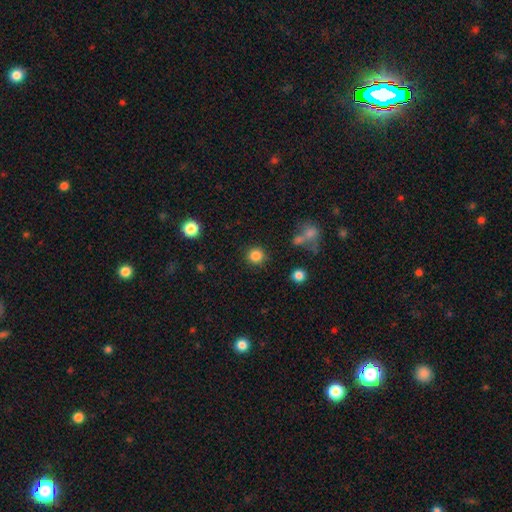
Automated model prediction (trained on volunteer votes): Q: Smooth or featured?
A: smooth (84%); runner-up: star or artifact (11%)
Q: How rounded?
A: round (93%); runner-up: in between (6%)
Q: Merging?
A: none (88%); runner-up: minor disturbance (7%)